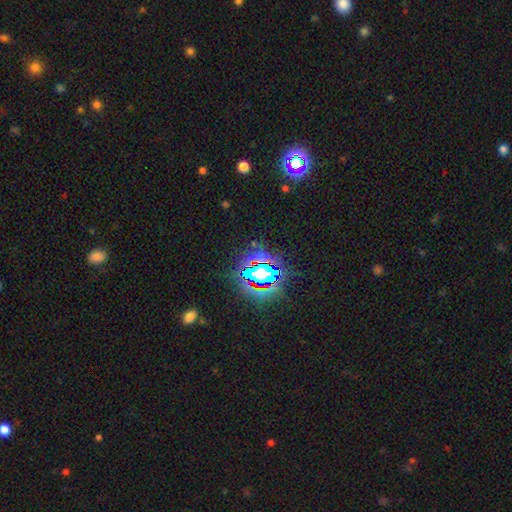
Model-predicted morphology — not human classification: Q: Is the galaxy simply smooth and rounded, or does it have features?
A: star or artifact — 82%.